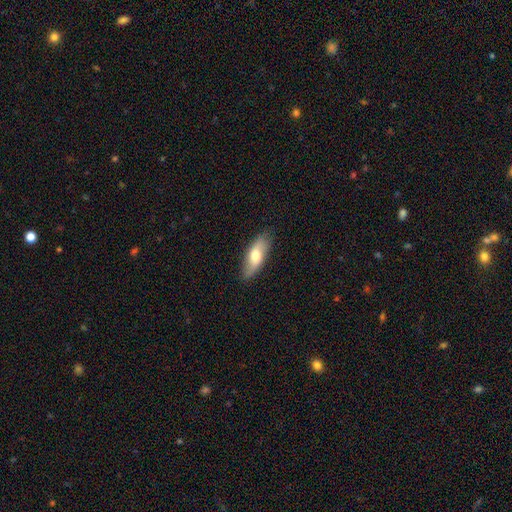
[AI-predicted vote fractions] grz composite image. It shows a smooth galaxy with no disk features (61%) that is in between round and cigar-shaped (70%). Merging: none (82%).